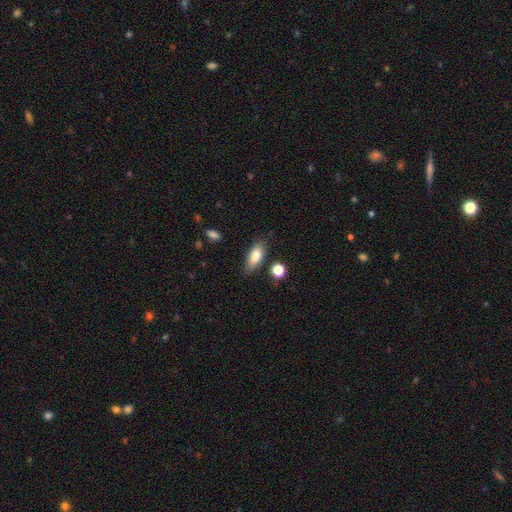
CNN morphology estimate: Overall: smooth (82%). How rounded: in between (79%). Merging: none (80%).